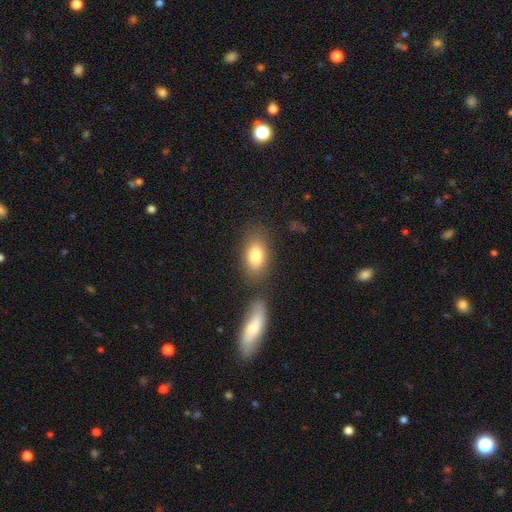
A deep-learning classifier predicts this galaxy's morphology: The model was most divided on "merging": none: 70%, minor disturbance: 13%, merger: 12%, major disturbance: 5%. More confident: how rounded — in between (85%); smooth or featured — smooth (80%).